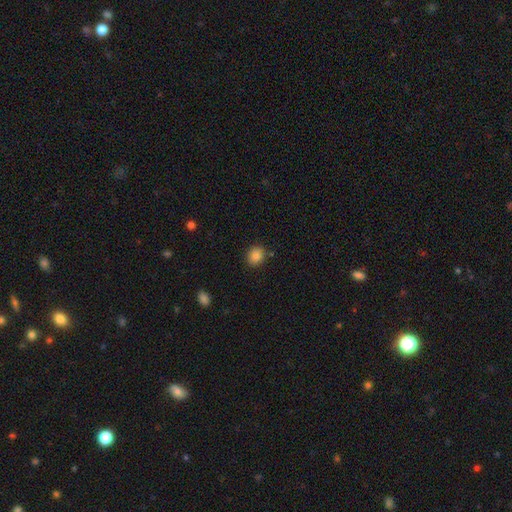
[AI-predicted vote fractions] smooth-or-featured: smooth: 85% | star or artifact: 10% | featured or disk: 5%
  how-rounded: round: 67% | in between: 32% | cigar-shaped: 1%
  merging: none: 86% | minor disturbance: 10% | major disturbance: 2% | merger: 2%